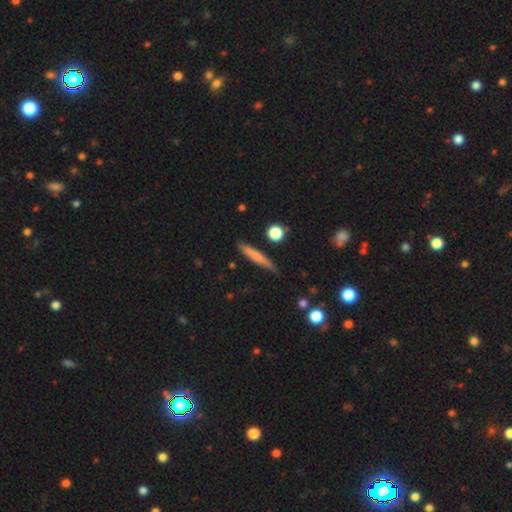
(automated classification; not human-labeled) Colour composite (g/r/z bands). It shows a smooth galaxy with no disk features (69%) that is cigar-shaped (93%). Merging: none (82%).